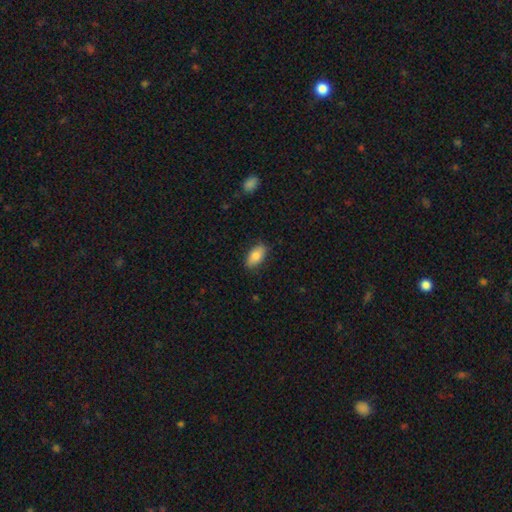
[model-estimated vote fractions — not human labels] Smooth or featured?
  - smooth: 82% *
  - featured or disk: 12%
  - star or artifact: 7%
How rounded?
  - in between: 91% *
  - cigar-shaped: 6%
  - round: 3%
Merging?
  - none: 84% *
  - minor disturbance: 12%
  - major disturbance: 2%
  - merger: 1%